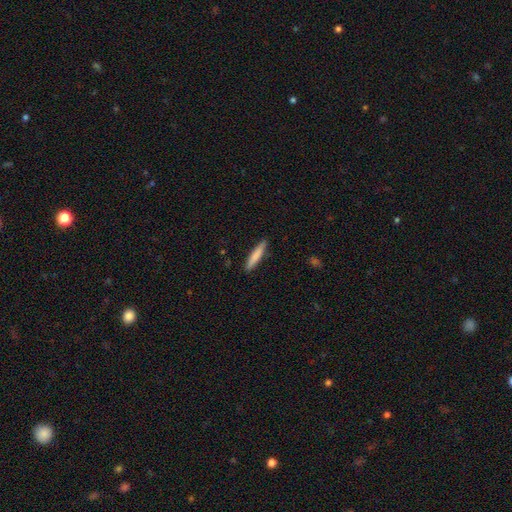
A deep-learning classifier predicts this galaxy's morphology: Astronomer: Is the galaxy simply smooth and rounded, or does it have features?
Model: smooth — 79%.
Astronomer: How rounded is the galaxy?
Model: cigar-shaped — 92%.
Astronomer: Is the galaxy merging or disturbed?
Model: none — 89%.